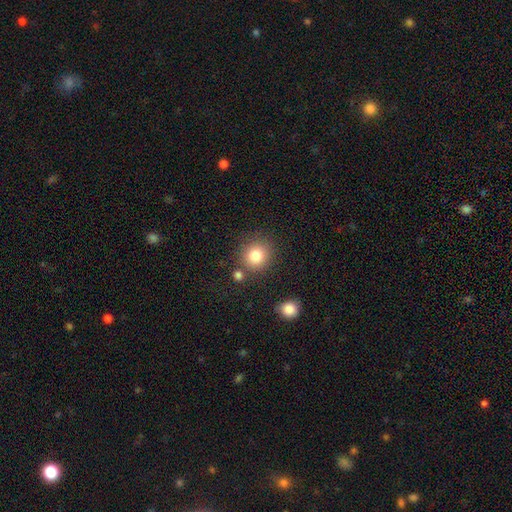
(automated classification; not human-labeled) Morphology: type=smooth (83%); roundness=round (84%); merging=none (77%).